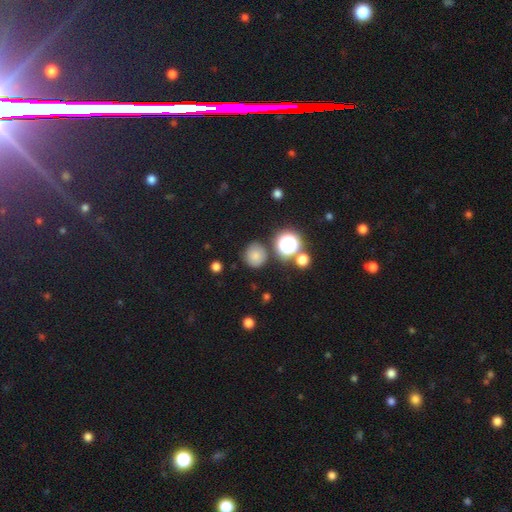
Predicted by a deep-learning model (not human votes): smooth-or-featured: smooth: 76% | star or artifact: 16% | featured or disk: 8%
  how-rounded: round: 89% | in between: 10% | cigar-shaped: 1%
  merging: none: 80% | minor disturbance: 11% | merger: 5% | major disturbance: 4%